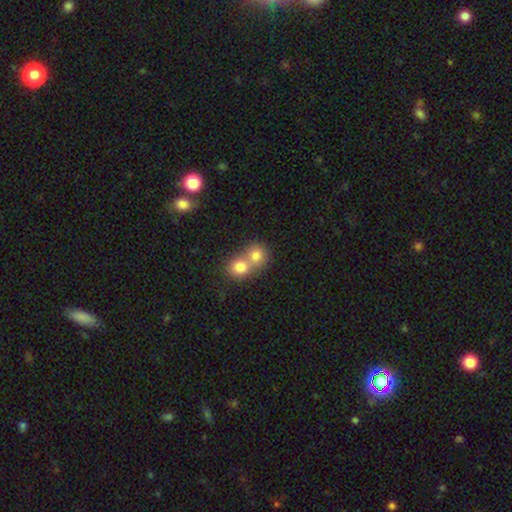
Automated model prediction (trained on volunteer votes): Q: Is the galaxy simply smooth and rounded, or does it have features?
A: smooth — 78%.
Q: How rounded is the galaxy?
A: round — 81%.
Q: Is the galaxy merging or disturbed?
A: merger — 64%.